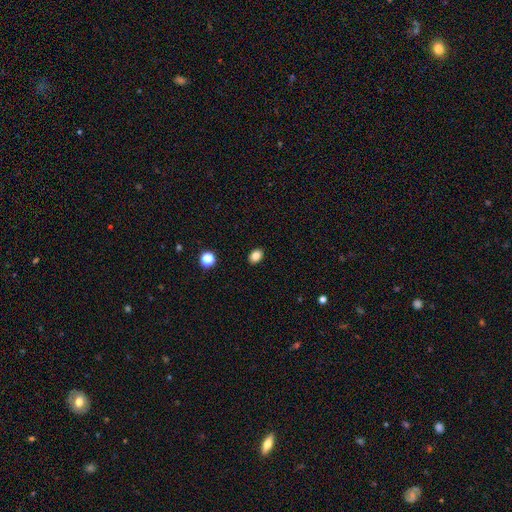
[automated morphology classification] A smooth galaxy with no disk features (84%) that is in between round and cigar-shaped (75%).

Vote fractions:
- Smooth or featured? smooth: 84% / star or artifact: 11% / featured or disk: 5%
- How rounded? in between: 75% / round: 24% / cigar-shaped: 1%
- Merging? none: 90% / minor disturbance: 7% / major disturbance: 2% / merger: 1%